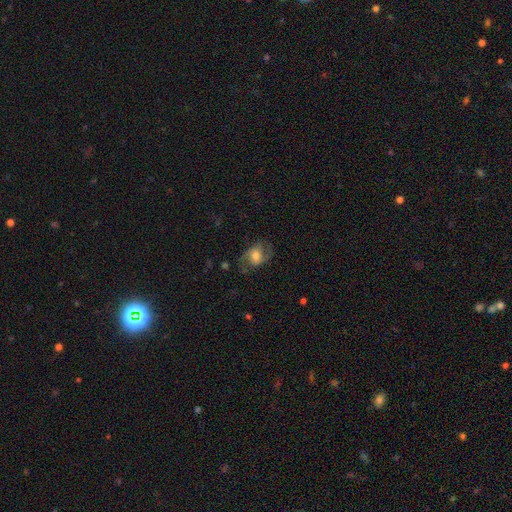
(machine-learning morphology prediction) A featured or disk galaxy (46%). Merging: none (60%).